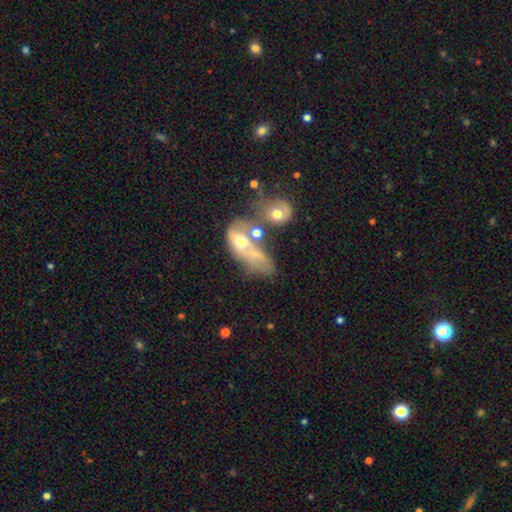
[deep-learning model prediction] This appears to be a smooth galaxy with no disk features (51%) that is in between round and cigar-shaped (66%). Merging: merger (58%).